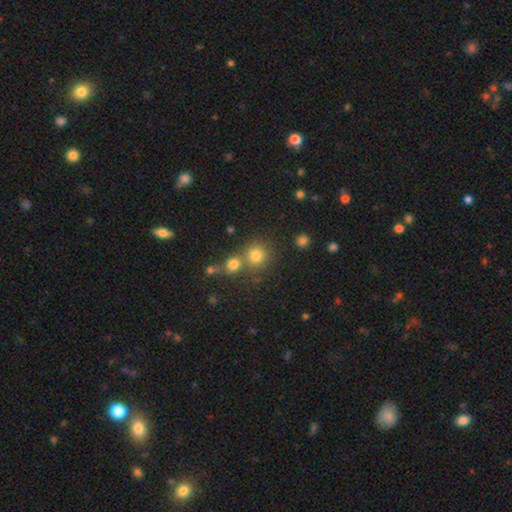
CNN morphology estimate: The model was most divided on "merging": none: 60%, merger: 29%, minor disturbance: 7%, major disturbance: 3%. More confident: how rounded — round (88%); smooth or featured — smooth (78%).